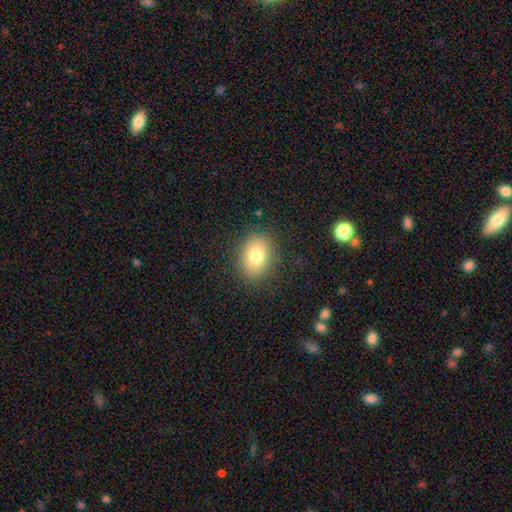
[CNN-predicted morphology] Smooth or featured: smooth — 79% (featured or disk — 11%)
How rounded: in between — 67% (round — 32%)
Merging: none — 86% (minor disturbance — 10%)